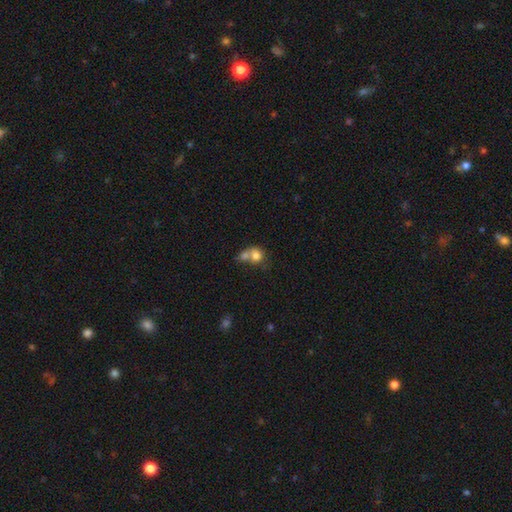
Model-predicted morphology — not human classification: smooth 75%, featured or disk 16%, star or artifact 9%. Down the decision tree: how rounded — round (70%); merging — merger (63%).